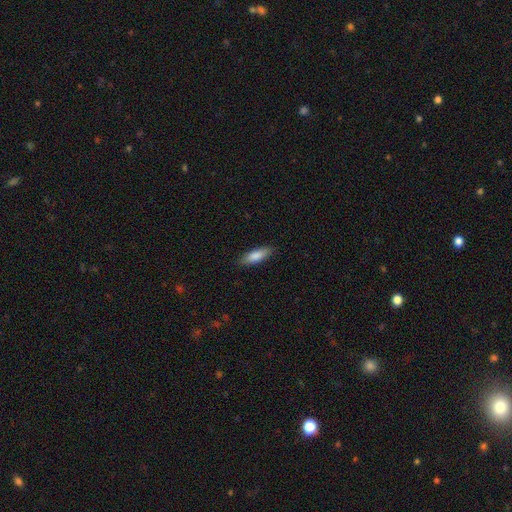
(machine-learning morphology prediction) A smooth galaxy with no disk features (84%) that is in between round and cigar-shaped (54%). Merging: none (86%).